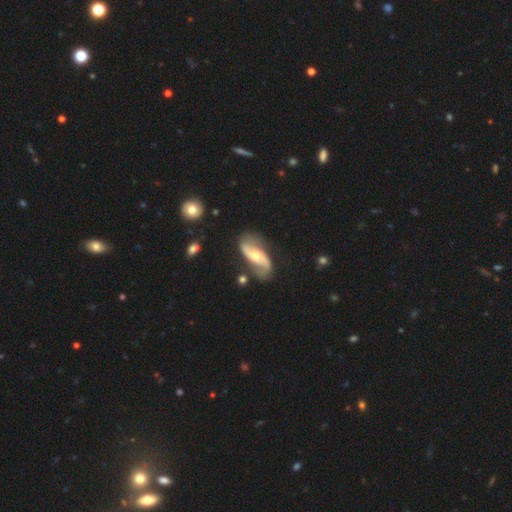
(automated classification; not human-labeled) A featured or disk galaxy (80%) with no bar (46%), 2 (90%) loose (59%) spiral arms (91%) and a moderate central bulge (58%). Merging: none (68%).